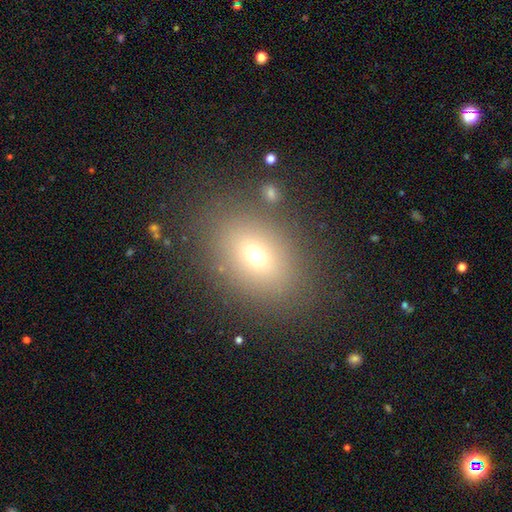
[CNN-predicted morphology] Smooth or featured? smooth (66%)
How rounded? in between (73%)
Merging? none (83%)